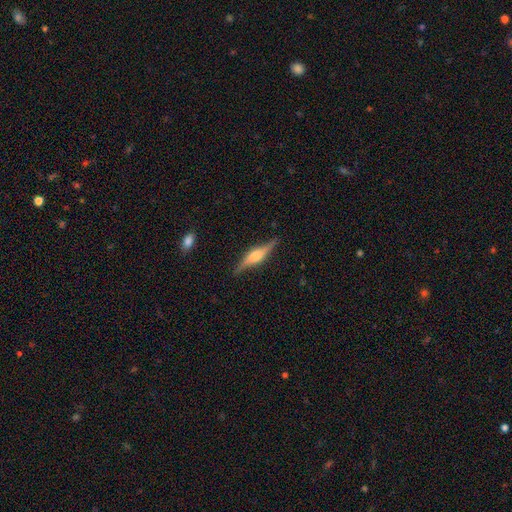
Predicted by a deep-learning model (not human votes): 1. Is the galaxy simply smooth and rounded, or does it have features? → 75% featured or disk, 19% smooth, 6% star or artifact.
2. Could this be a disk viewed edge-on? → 95% yes, 5% no.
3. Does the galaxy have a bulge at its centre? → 76% rounded, 20% boxy, 4% none.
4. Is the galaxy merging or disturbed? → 84% none, 12% minor disturbance, 3% major disturbance, 1% merger.